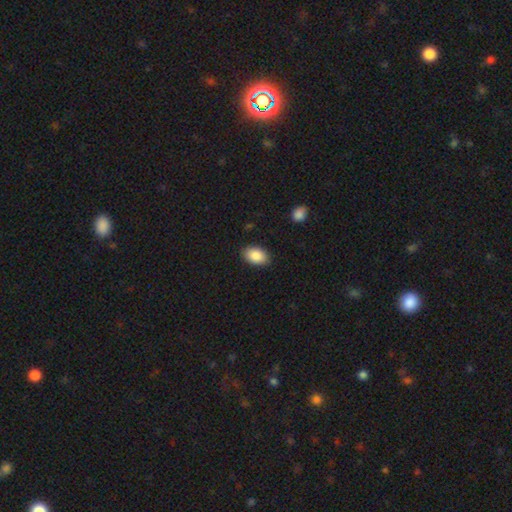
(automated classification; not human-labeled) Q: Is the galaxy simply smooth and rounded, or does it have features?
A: smooth — 88%.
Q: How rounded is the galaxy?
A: in between — 89%.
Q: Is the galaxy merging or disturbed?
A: none — 88%.